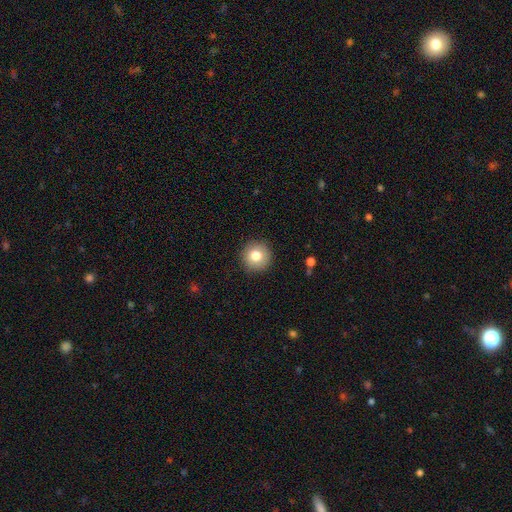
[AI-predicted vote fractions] The model was most divided on "smooth or featured": smooth: 81%, featured or disk: 10%, star or artifact: 9%. More confident: how rounded — round (95%); merging — none (91%).